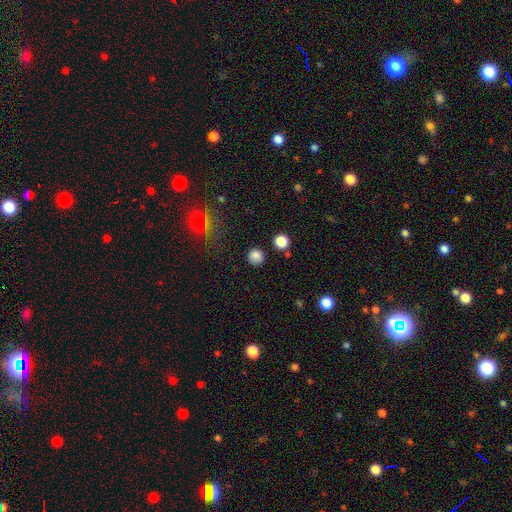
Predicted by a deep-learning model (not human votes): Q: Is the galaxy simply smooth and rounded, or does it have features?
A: smooth — 83%.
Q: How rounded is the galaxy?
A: round — 92%.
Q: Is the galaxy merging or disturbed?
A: none — 87%.